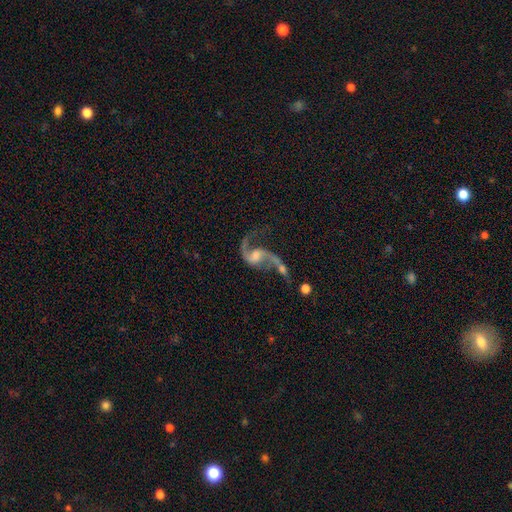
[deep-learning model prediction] Morphology: type=featured or disk (86%); edge-on=no (97%); bar=no (47%); spiral arms=yes (94%); winding=loose (78%); arm count=2 (86%); bulge=small (37%); merging=none (36%).